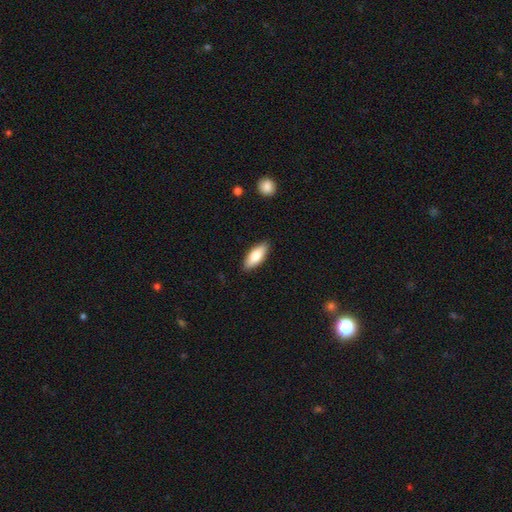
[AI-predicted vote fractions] A smooth galaxy with no disk features (78%) that is in between round and cigar-shaped (77%).

Vote fractions:
- Smooth or featured? smooth: 78% / featured or disk: 16% / star or artifact: 6%
- How rounded? in between: 77% / cigar-shaped: 21% / round: 2%
- Merging? none: 88% / minor disturbance: 9% / major disturbance: 2% / merger: 1%